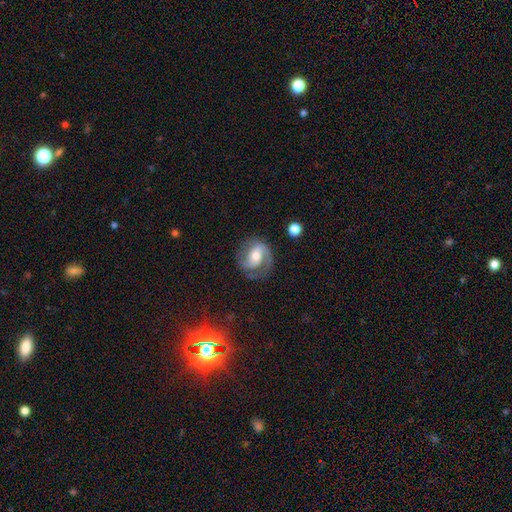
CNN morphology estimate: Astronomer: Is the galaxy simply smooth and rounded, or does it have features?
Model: featured or disk — 74%.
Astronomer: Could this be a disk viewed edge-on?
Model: no — 97%.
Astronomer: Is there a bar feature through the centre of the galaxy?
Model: weak — 38% (runner-up: no, 37%).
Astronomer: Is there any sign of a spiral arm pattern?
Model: yes — 91%.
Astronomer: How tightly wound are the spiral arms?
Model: medium — 47% (runner-up: tight, 33%).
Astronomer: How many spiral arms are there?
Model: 2 — 73%.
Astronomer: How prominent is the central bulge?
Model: moderate — 60%.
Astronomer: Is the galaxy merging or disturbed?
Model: none — 68%.